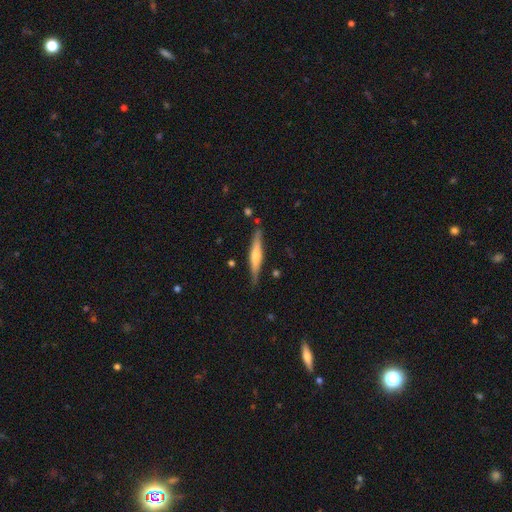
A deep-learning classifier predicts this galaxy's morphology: A featured or disk galaxy (65%) viewed edge-on (97%) with a rounded central bulge (80%).

Vote fractions:
- Smooth or featured? featured or disk: 65% / smooth: 30% / star or artifact: 6%
- Edge-on disk? yes: 97% / no: 3%
- Edge-on bulge? rounded: 80% / boxy: 11% / none: 9%
- Merging? none: 85% / minor disturbance: 11% / merger: 2% / major disturbance: 2%